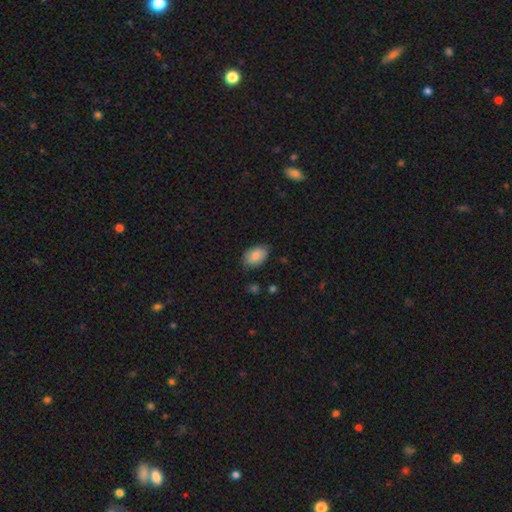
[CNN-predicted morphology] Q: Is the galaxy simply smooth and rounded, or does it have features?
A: smooth — 83%.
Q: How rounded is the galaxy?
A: in between — 87%.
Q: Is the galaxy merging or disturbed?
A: none — 76%.